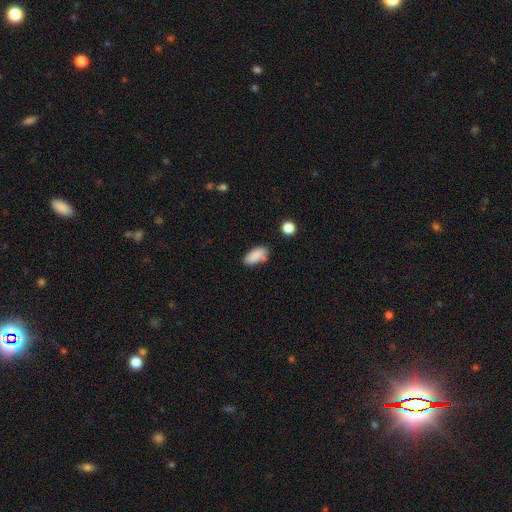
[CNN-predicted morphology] Q: Smooth or featured?
A: smooth (87%); runner-up: star or artifact (8%)
Q: How rounded?
A: in between (89%); runner-up: cigar-shaped (8%)
Q: Merging?
A: none (71%); runner-up: minor disturbance (19%)